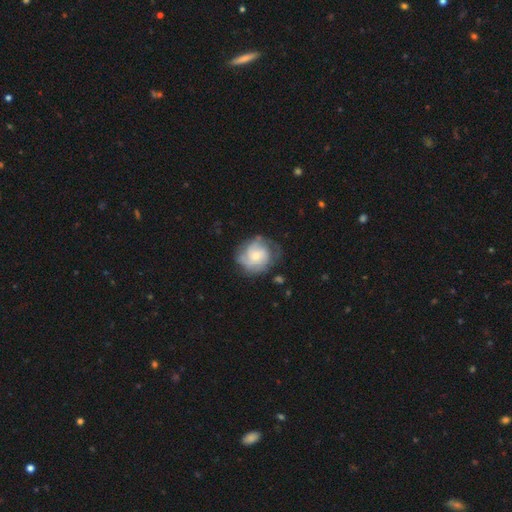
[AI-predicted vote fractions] Smooth or featured?
  - featured or disk: 60% *
  - smooth: 34%
  - star or artifact: 7%
Edge-on disk?
  - no: 98% *
  - yes: 2%
Bar?
  - no: 74% *
  - weak: 23%
  - strong: 3%
Spiral arms?
  - yes: 83% *
  - no: 17%
Bulge size?
  - small: 51% *
  - moderate: 40%
  - large: 4%
  - none: 3%
  - dominant: 1%
Merging?
  - none: 61% *
  - minor disturbance: 24%
  - major disturbance: 13%
  - merger: 2%